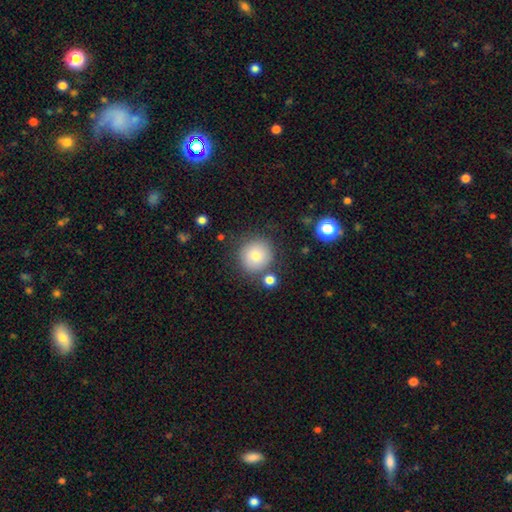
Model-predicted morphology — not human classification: A smooth galaxy with no disk features (76%) that is round (93%). Merging: none (81%).